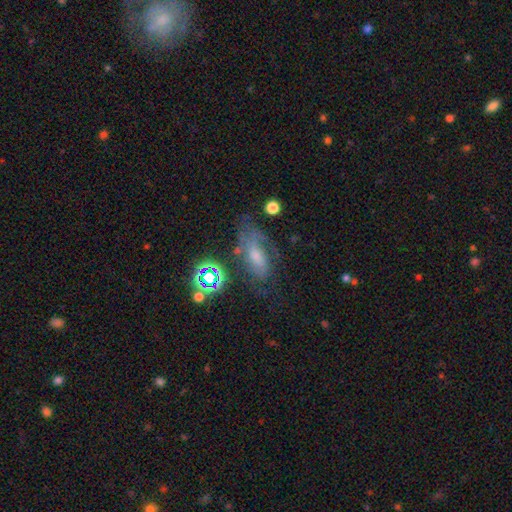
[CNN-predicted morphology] type=featured or disk (57%); edge-on=no (90%); bar=no (57%); spiral arms=yes (81%); bulge=moderate (40%, tied with small); merging=none (50%).